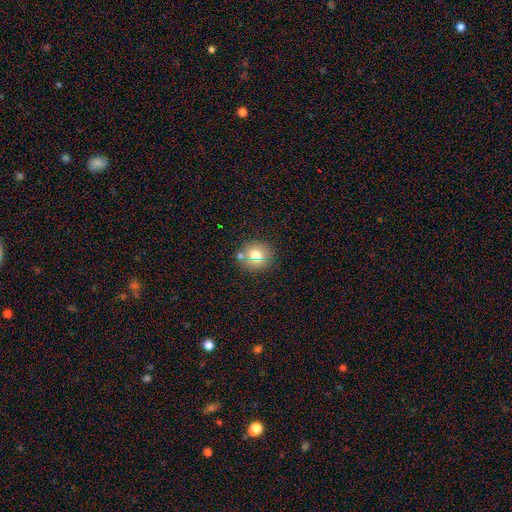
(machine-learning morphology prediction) This appears to be a smooth galaxy with no disk features (71%) that is round (81%). Merging: none (76%).